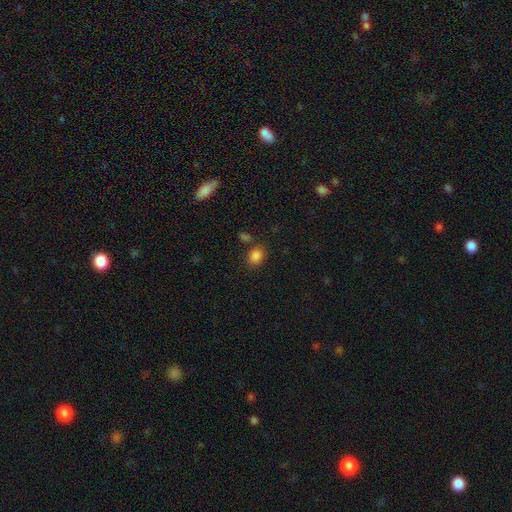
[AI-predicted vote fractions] Smooth or featured? Predicted: smooth (p=0.85). How rounded? Predicted: in between (p=0.51). Merging? Predicted: none (p=0.78).